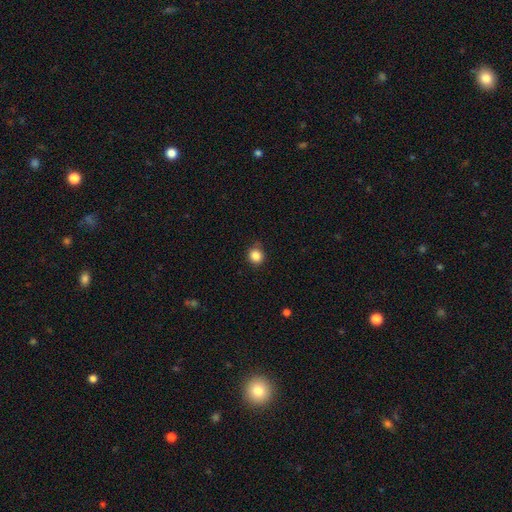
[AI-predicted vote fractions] Smooth or featured? Predicted: smooth (p=0.85). How rounded? Predicted: round (p=0.87). Merging? Predicted: none (p=0.82).